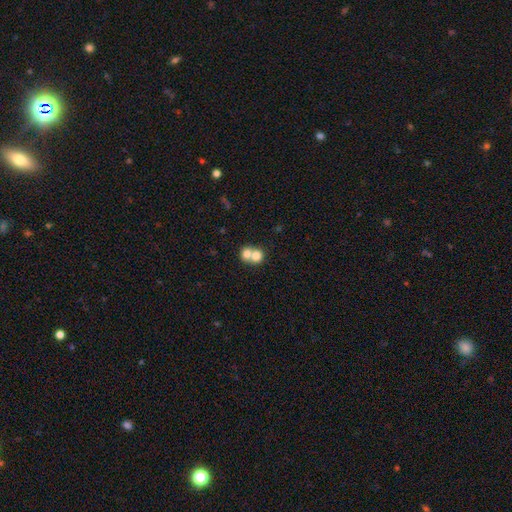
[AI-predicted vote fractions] Morphology: type=smooth (74%); roundness=round (76%); merging=merger (68%).